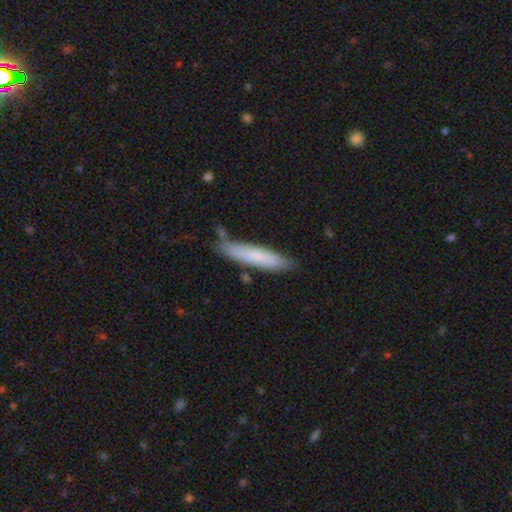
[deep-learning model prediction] Q: Smooth or featured?
A: smooth (73%); runner-up: featured or disk (21%)
Q: How rounded?
A: cigar-shaped (89%); runner-up: in between (10%)
Q: Merging?
A: none (77%); runner-up: minor disturbance (16%)